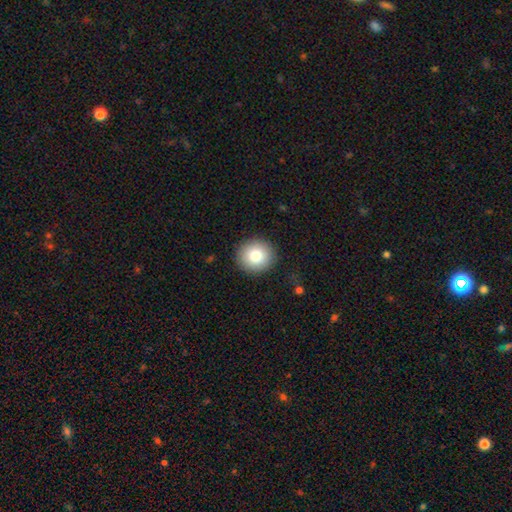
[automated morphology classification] Smooth or featured: smooth — 80% (featured or disk — 11%)
How rounded: round — 92% (in between — 7%)
Merging: none — 90% (minor disturbance — 7%)